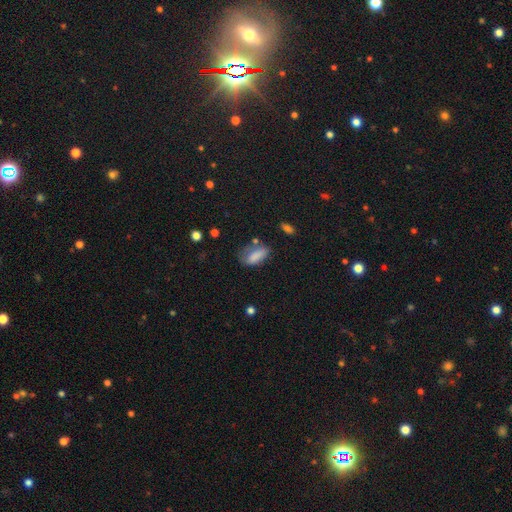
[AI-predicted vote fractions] This is likely a smooth galaxy (78%). How rounded: clearly in between (86%). Merging: possibly none (45%).